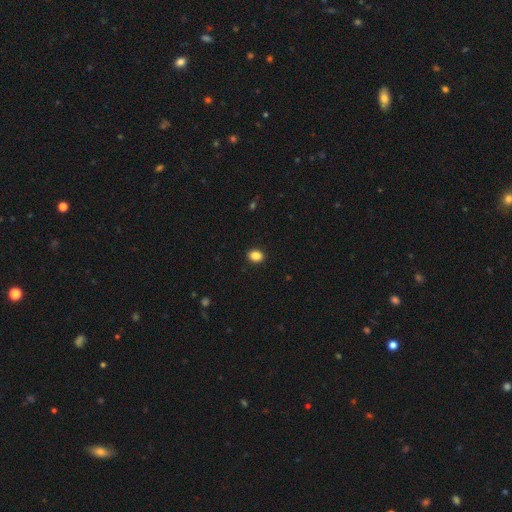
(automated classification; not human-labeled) A smooth galaxy with no disk features (88%) that is in between round and cigar-shaped (64%).

Vote fractions:
- Smooth or featured? smooth: 88% / star or artifact: 9% / featured or disk: 3%
- How rounded? in between: 64% / round: 35% / cigar-shaped: 1%
- Merging? none: 92% / minor disturbance: 6% / major disturbance: 2% / merger: 1%